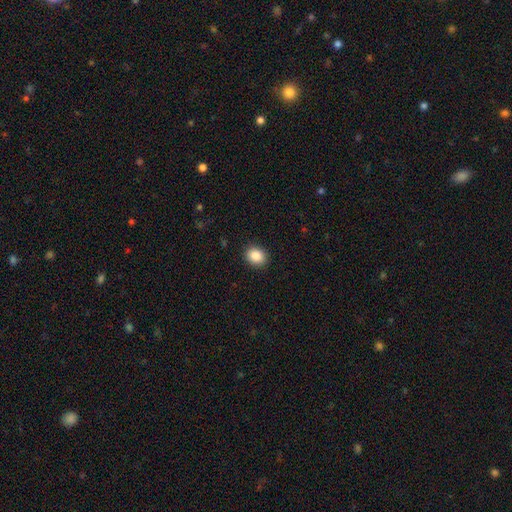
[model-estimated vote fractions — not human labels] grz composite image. It shows a smooth galaxy with no disk features (87%) that is round (59%). Merging: none (90%).